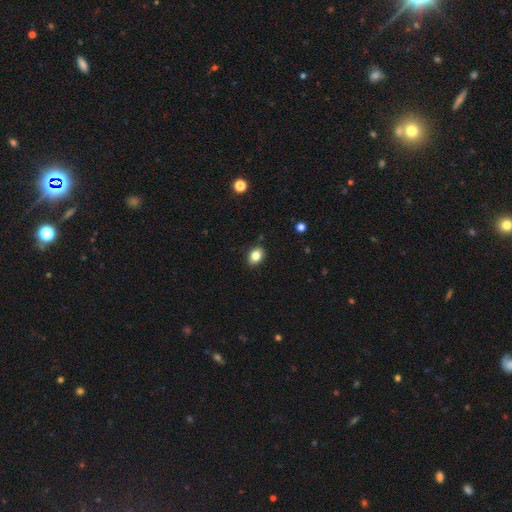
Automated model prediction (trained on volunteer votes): Q: Smooth or featured?
A: smooth (84%); runner-up: star or artifact (10%)
Q: How rounded?
A: in between (70%); runner-up: round (29%)
Q: Merging?
A: none (87%); runner-up: minor disturbance (10%)